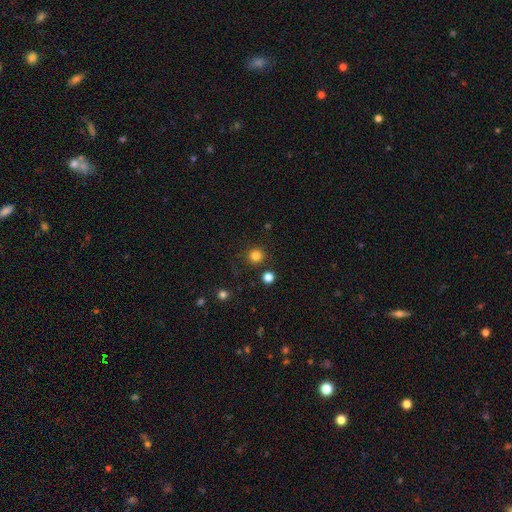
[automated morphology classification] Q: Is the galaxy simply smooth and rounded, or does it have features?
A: smooth — 81%.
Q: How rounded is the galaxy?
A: round — 94%.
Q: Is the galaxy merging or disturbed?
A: none — 86%.